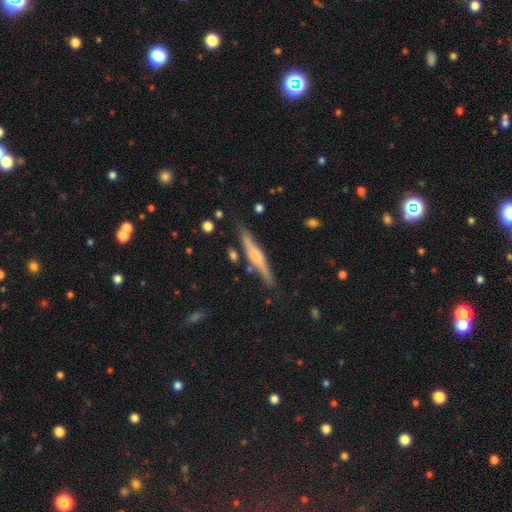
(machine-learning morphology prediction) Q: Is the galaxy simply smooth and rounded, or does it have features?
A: featured or disk — 60%.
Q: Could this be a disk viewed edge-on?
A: yes — 96%.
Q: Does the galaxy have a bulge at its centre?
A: rounded — 59%.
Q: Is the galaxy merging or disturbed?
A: none — 81%.